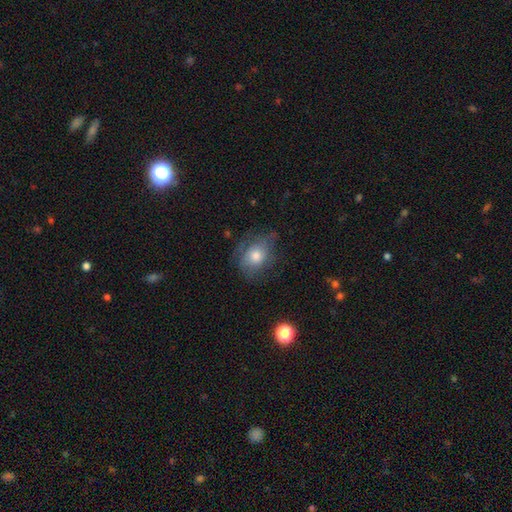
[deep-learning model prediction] Q: Smooth or featured?
A: smooth (61%); runner-up: featured or disk (29%)
Q: How rounded?
A: in between (54%); runner-up: round (44%)
Q: Merging?
A: none (59%); runner-up: minor disturbance (26%)